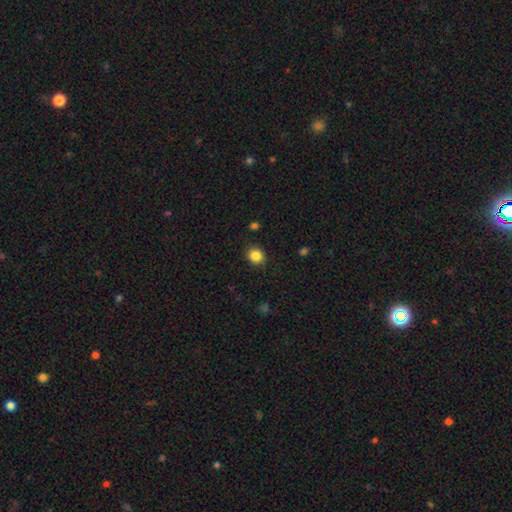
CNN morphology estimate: Smooth or featured? smooth (85%)
How rounded? round (75%)
Merging? none (87%)